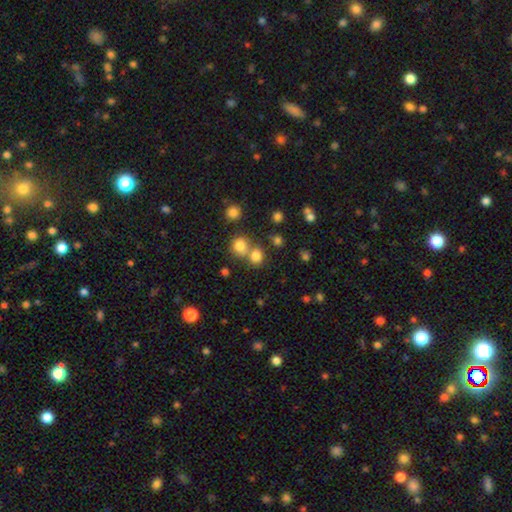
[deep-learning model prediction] Smooth or featured? smooth (78%)
How rounded? round (77%)
Merging? none (55%)